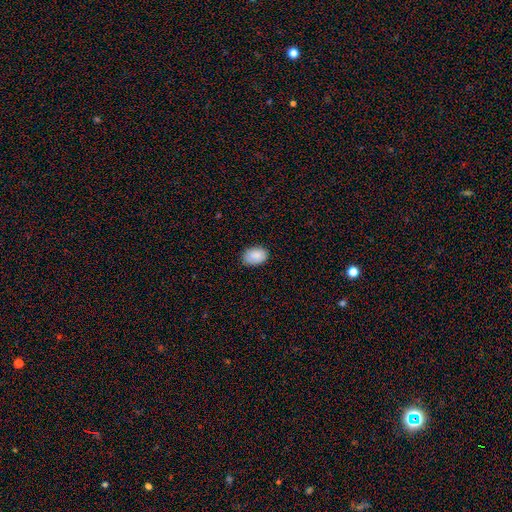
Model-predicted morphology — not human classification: Smooth or featured? smooth (87%)
How rounded? in between (82%)
Merging? none (81%)